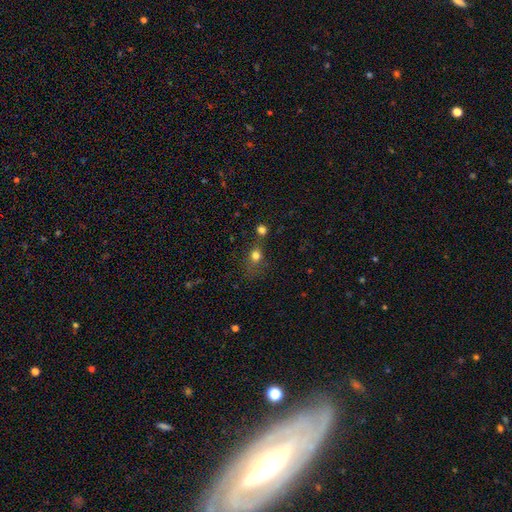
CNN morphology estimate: smooth-or-featured: smooth: 73% | star or artifact: 17% | featured or disk: 10%
  how-rounded: round: 67% | in between: 31% | cigar-shaped: 3%
  merging: none: 53% | merger: 20% | minor disturbance: 17% | major disturbance: 10%